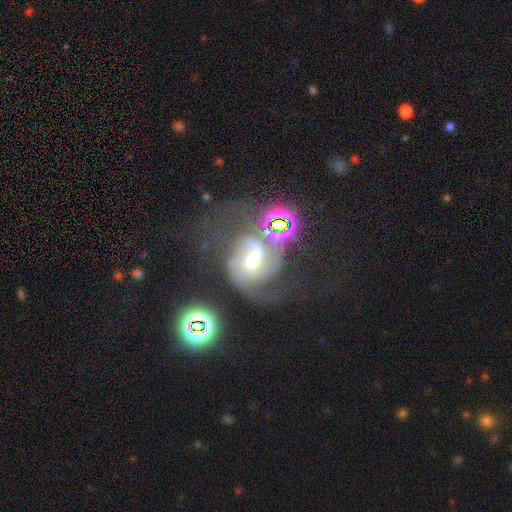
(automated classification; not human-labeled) Smooth or featured: featured or disk — 75% (star or artifact — 15%)
Edge-on disk: no — 98% (yes — 2%)
Bar: weak — 41% (no — 39%)
Spiral arms: yes — 91% (no — 9%)
Spiral winding: medium — 47% (loose — 38%)
Spiral arm count: 2 — 65% (can't tell — 12%)
Bulge size: moderate — 50% (small — 35%)
Merging: merger — 36% (none — 27%)